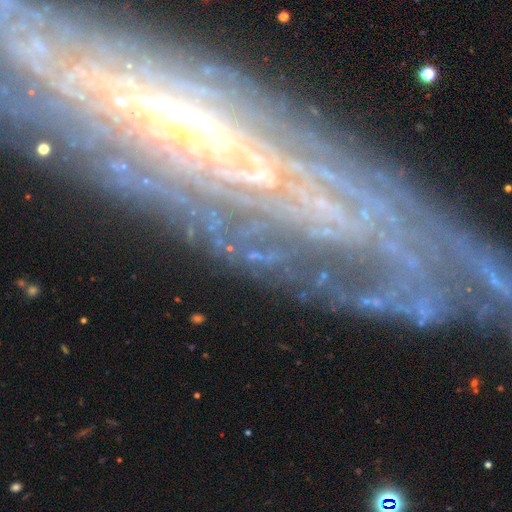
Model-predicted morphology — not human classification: Overall: featured or disk (75%). Edge-on disk: no (85%). Bar: no (49%; weak 28%). Spiral arms: yes (88%). Spiral arm count: can't tell (42%; 2 13%). Spiral winding: tight (78%). Bulge size: small (58%; moderate 26%). Merging: none (74%).